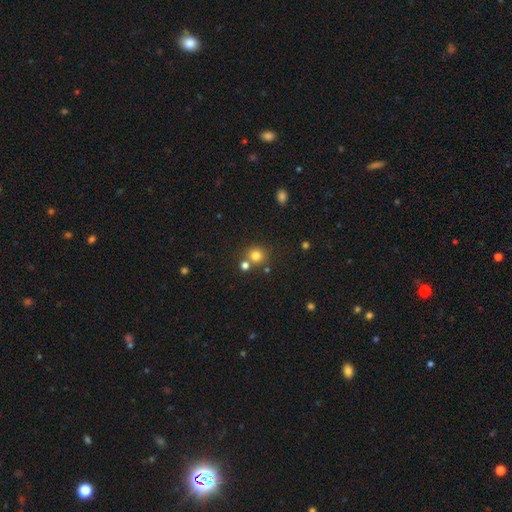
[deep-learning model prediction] This is likely a smooth galaxy (78%). How rounded: clearly round (90%). Merging: likely none (69%).